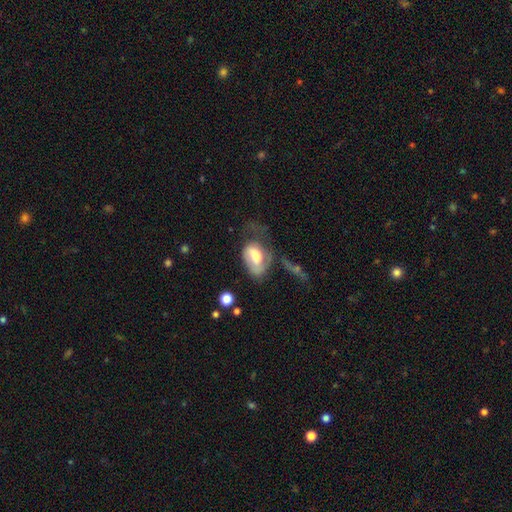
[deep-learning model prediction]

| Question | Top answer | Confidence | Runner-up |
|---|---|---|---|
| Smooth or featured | smooth | 53% | featured or disk (40%) |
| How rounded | in between | 87% | round (11%) |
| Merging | major disturbance | 45% | minor disturbance (24%) |